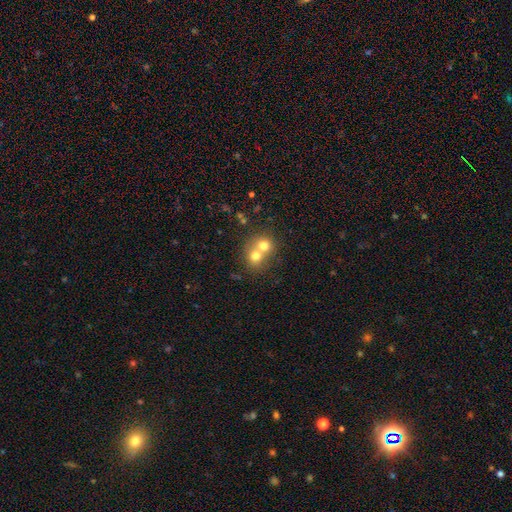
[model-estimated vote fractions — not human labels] This appears to be a smooth galaxy with no disk features (71%) that is round (77%). Merging: merger (68%).